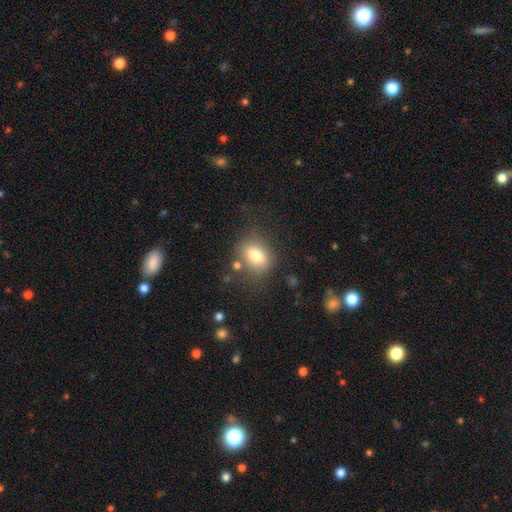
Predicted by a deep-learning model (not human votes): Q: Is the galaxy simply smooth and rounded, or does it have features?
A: smooth — 77%.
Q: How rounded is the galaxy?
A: in between — 68%.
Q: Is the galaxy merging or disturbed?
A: none — 71%.